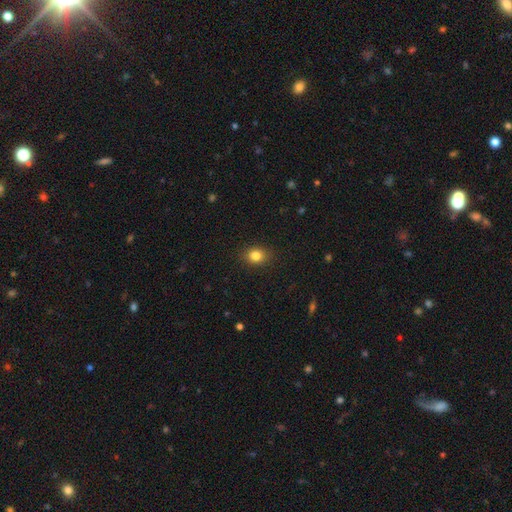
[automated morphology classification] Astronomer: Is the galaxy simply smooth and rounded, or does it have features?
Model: smooth — 83%.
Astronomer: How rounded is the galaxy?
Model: round — 56% (runner-up: in between, 43%).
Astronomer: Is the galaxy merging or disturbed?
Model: none — 88%.